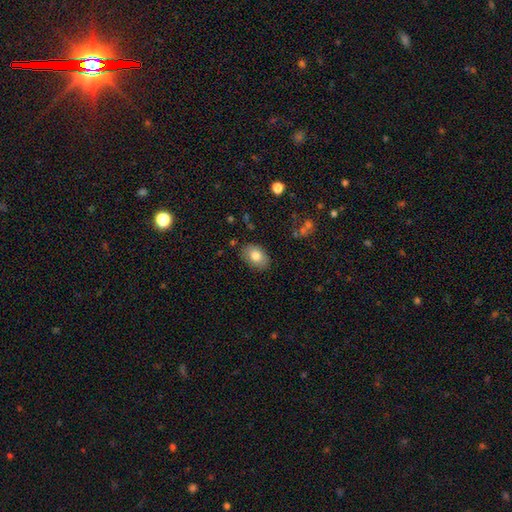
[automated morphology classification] This is clearly a smooth galaxy (81%). How rounded: clearly in between (83%). Merging: clearly none (84%).